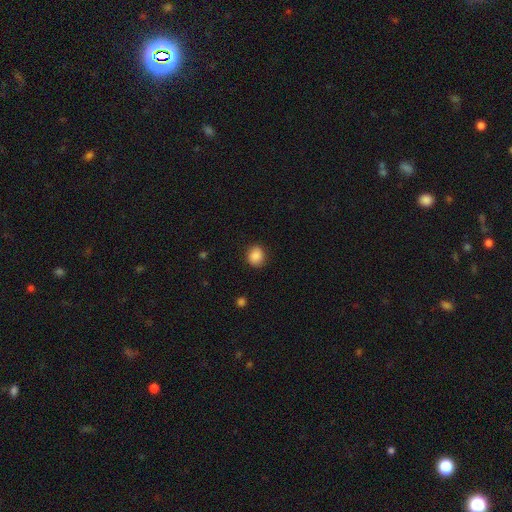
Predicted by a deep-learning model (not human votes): Smooth or featured?
  - smooth: 88% *
  - star or artifact: 9%
  - featured or disk: 3%
How rounded?
  - round: 72% *
  - in between: 27%
  - cigar-shaped: 1%
Merging?
  - none: 87% *
  - minor disturbance: 10%
  - major disturbance: 3%
  - merger: 1%